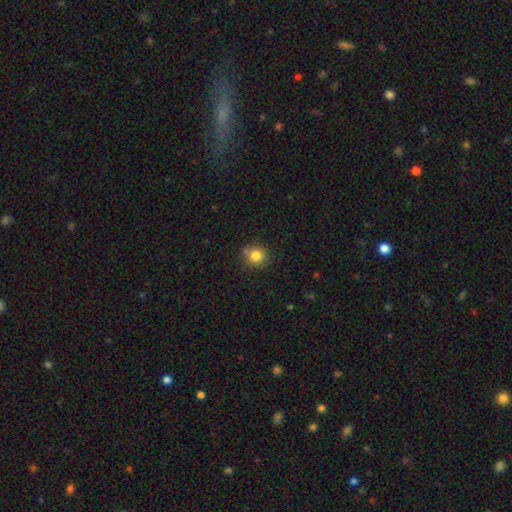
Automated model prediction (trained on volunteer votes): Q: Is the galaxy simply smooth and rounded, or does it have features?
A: smooth — 82%.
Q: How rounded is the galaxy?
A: round — 87%.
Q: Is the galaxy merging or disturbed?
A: none — 78%.